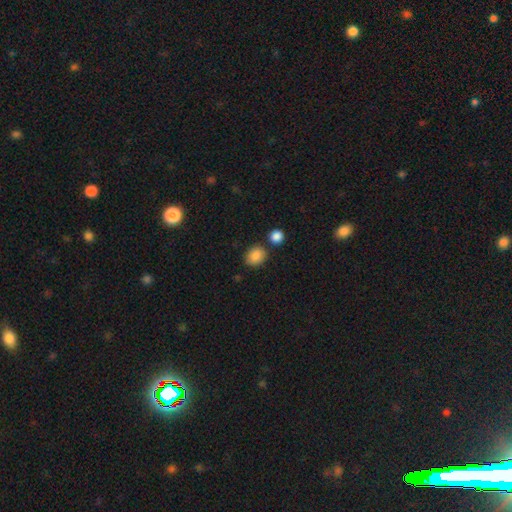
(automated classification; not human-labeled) This is clearly a smooth galaxy (87%). How rounded: possibly in between (56%). Merging: likely none (76%).